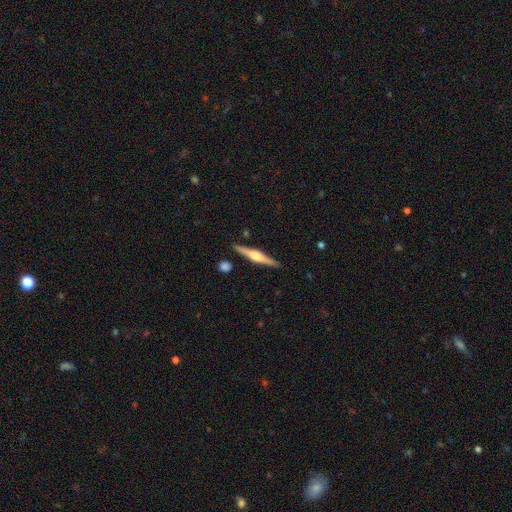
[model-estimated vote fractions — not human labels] This appears to be a featured or disk galaxy (74%) viewed edge-on (98%) with a rounded central bulge (81%). Merging: none (89%).